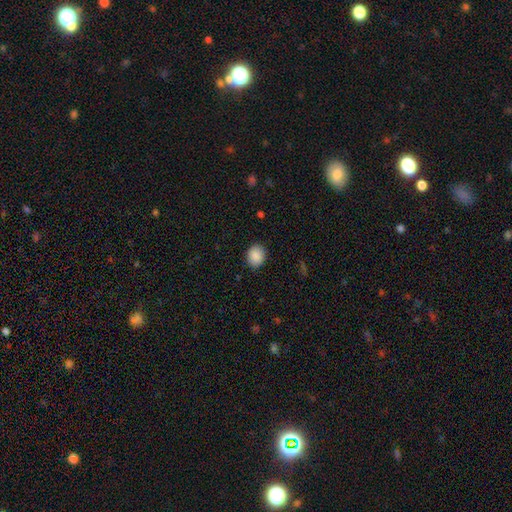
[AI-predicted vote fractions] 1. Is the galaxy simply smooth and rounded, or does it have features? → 89% smooth, 8% star or artifact, 3% featured or disk.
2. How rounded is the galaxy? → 57% round, 42% in between, 1% cigar-shaped.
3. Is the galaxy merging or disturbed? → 88% none, 9% minor disturbance, 2% major disturbance, 1% merger.